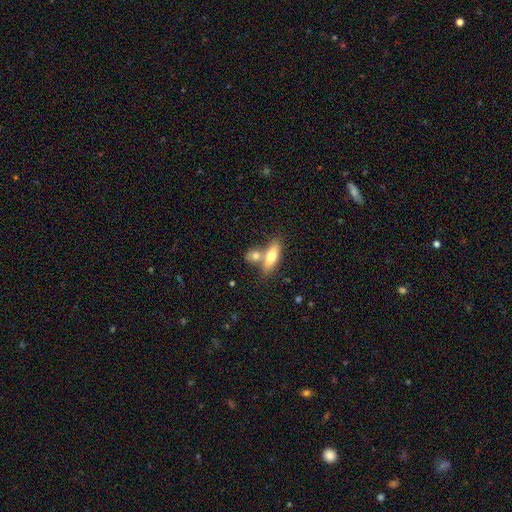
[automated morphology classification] type=smooth (70%); roundness=in between (60%); merging=none (46%).